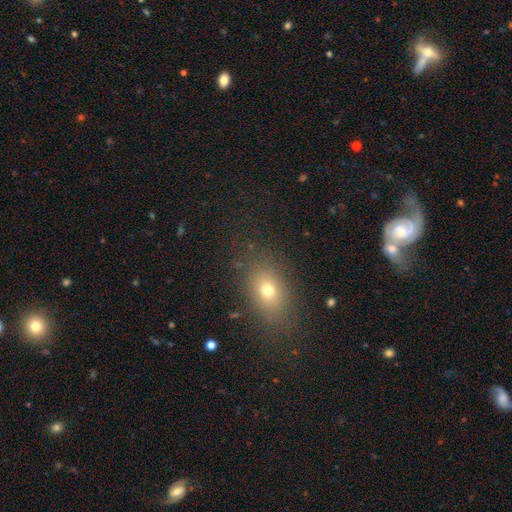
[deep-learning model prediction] smooth 54%, star or artifact 23%, featured or disk 23%. Down the decision tree: how rounded — in between (72%); merging — none (81%).